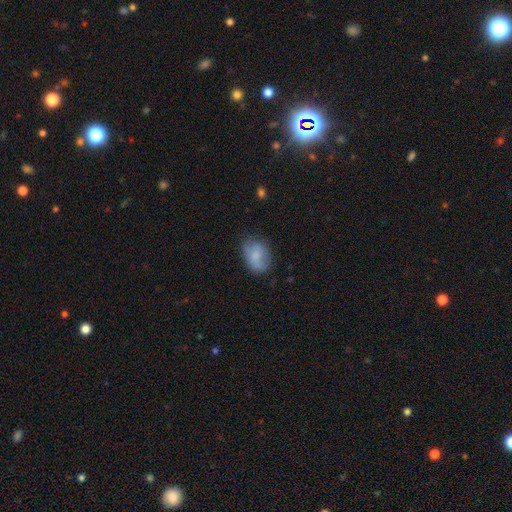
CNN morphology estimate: Q: Smooth or featured?
A: smooth (73%); runner-up: featured or disk (19%)
Q: How rounded?
A: in between (78%); runner-up: round (21%)
Q: Merging?
A: none (63%); runner-up: minor disturbance (26%)